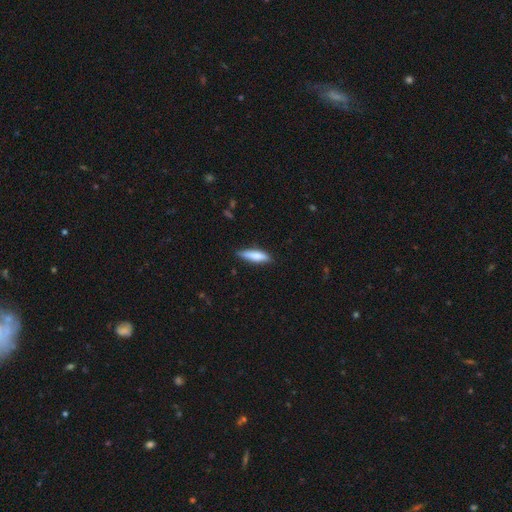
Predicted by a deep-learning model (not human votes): This is likely a smooth galaxy (79%). How rounded: likely cigar-shaped (67%). Merging: likely none (79%).